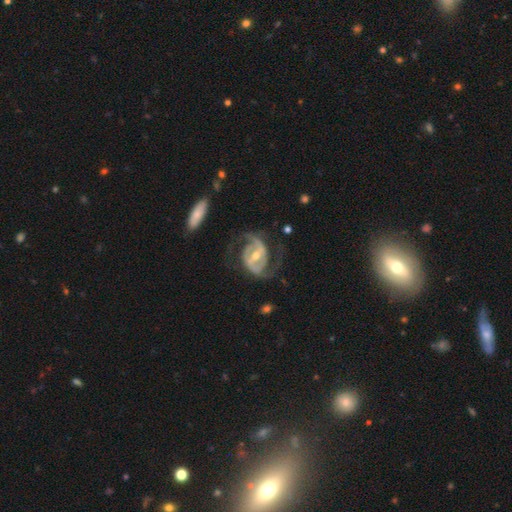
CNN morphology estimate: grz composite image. It shows a featured or disk galaxy (91%) with a strong bar (52%), 2 (91%) medium (53%) spiral arms (96%) and a moderate central bulge (63%). Merging: none (69%).